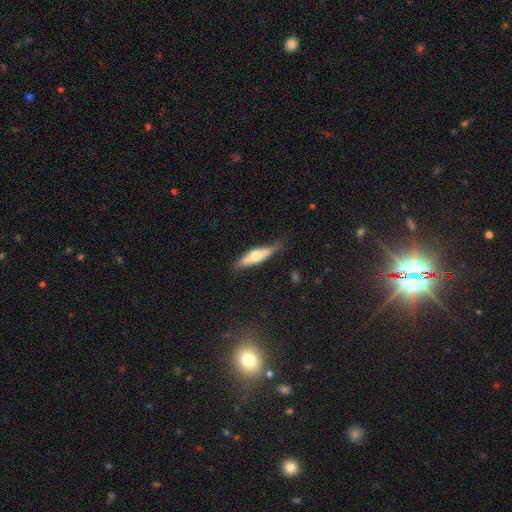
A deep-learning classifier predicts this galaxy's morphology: Smooth or featured?
  - smooth: 49% *
  - featured or disk: 44%
  - star or artifact: 6%
Merging?
  - none: 67% *
  - minor disturbance: 24%
  - major disturbance: 6%
  - merger: 2%